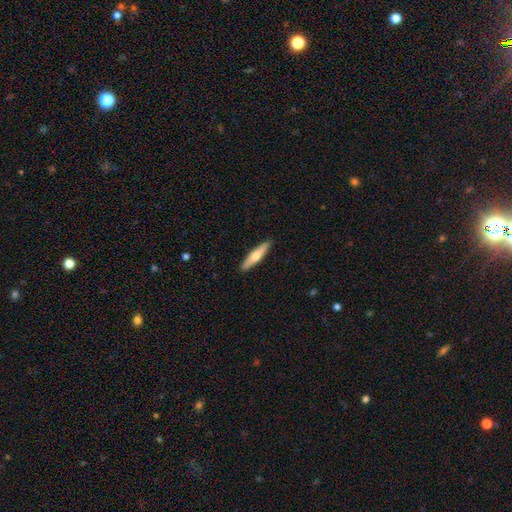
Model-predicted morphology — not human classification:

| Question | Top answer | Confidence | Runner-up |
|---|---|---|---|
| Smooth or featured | smooth | 53% | featured or disk (42%) |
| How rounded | cigar-shaped | 86% | in between (13%) |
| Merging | none | 91% | minor disturbance (7%) |